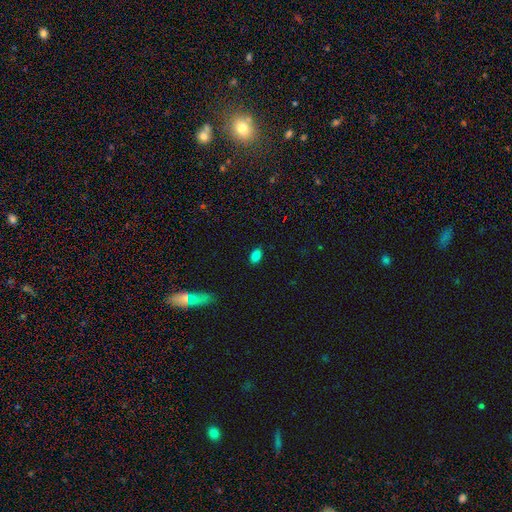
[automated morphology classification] A smooth galaxy with no disk features (84%) that is in between round and cigar-shaped (89%).

Vote fractions:
- Smooth or featured? smooth: 84% / star or artifact: 11% / featured or disk: 5%
- How rounded? in between: 89% / round: 9% / cigar-shaped: 2%
- Merging? none: 87% / minor disturbance: 9% / major disturbance: 2% / merger: 1%